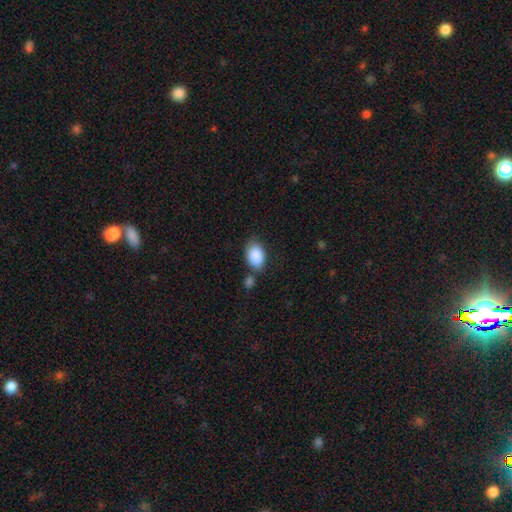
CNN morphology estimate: smooth 87%, star or artifact 7%, featured or disk 6%. Down the decision tree: how rounded — in between (85%); merging — none (66%).